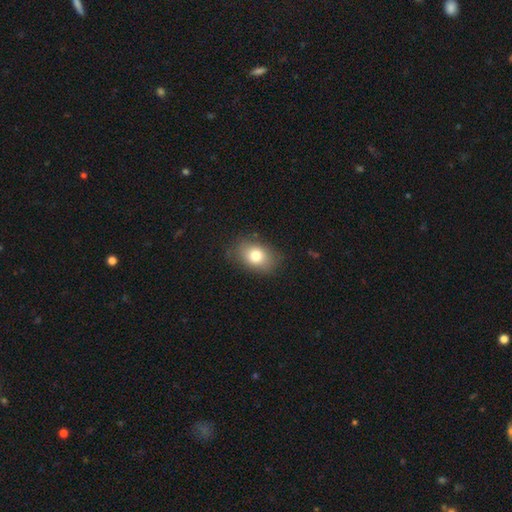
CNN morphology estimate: This is likely a smooth galaxy (79%). How rounded: likely in between (75%). Merging: likely none (79%).